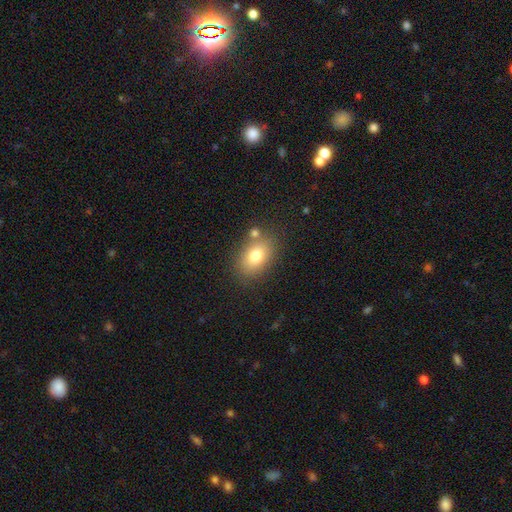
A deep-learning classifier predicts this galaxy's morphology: The model was most divided on "merging": none: 73%, minor disturbance: 12%, merger: 11%, major disturbance: 4%. More confident: how rounded — in between (80%); smooth or featured — smooth (77%).